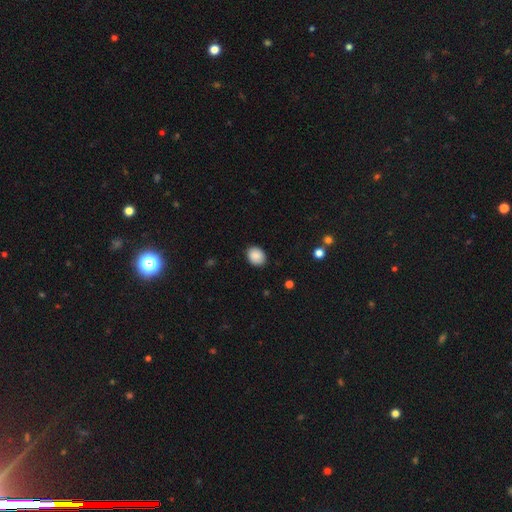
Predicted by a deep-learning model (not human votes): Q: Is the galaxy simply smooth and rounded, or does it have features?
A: smooth — 87%.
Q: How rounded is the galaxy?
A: in between — 52%.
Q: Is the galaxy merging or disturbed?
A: none — 87%.